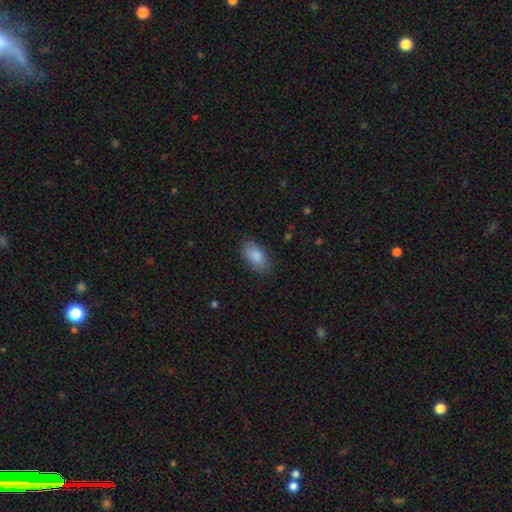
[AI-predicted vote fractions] Morphology: type=smooth (87%); roundness=in between (92%); merging=none (82%).